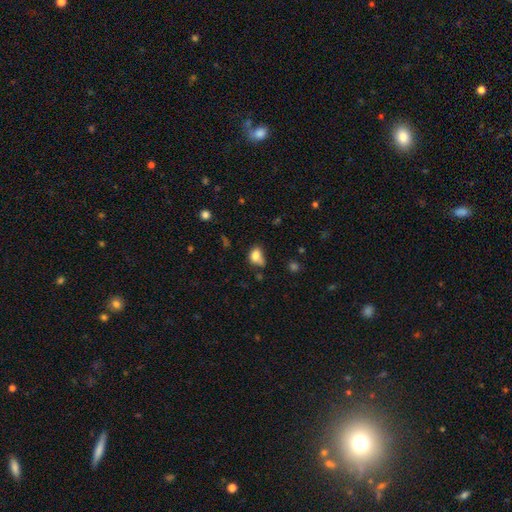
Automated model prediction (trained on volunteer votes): Smooth or featured? Predicted: smooth (p=0.79). How rounded? Predicted: in between (p=0.62). Merging? Predicted: none (p=0.38).